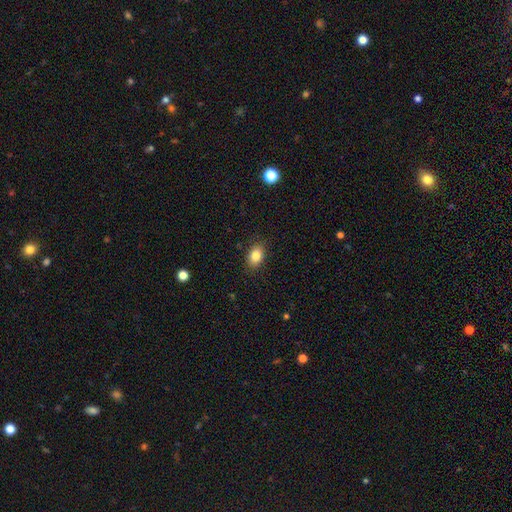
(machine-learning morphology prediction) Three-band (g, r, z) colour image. It shows a smooth galaxy with no disk features (84%) that is in between round and cigar-shaped (79%). Merging: none (86%).